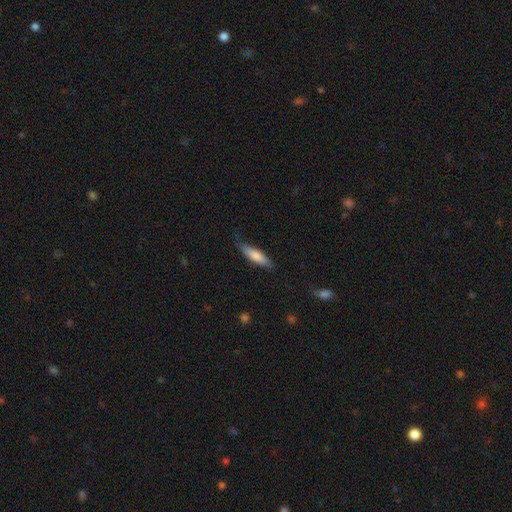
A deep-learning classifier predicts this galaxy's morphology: This is likely a smooth galaxy (76%). How rounded: likely cigar-shaped (64%). Merging: likely none (72%).